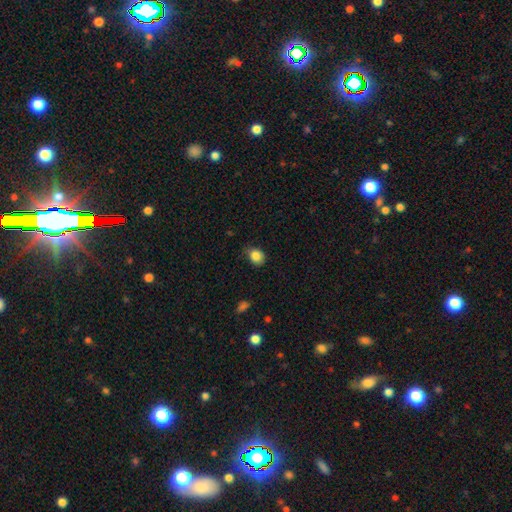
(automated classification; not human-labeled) Smooth or featured: smooth — 86% (star or artifact — 10%)
How rounded: round — 59% (in between — 40%)
Merging: none — 70% (minor disturbance — 24%)